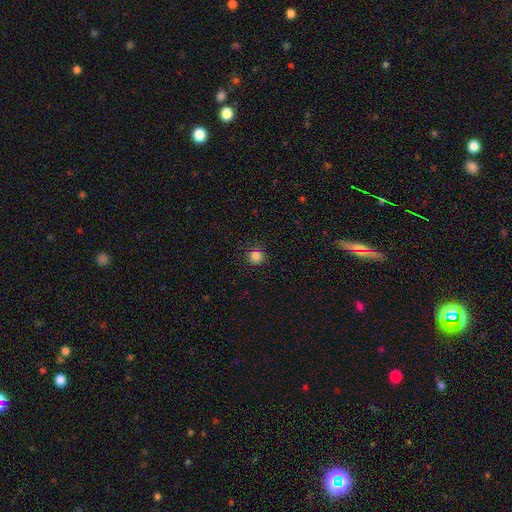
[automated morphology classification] smooth 83%, star or artifact 13%, featured or disk 3%. Down the decision tree: how rounded — round (92%); merging — none (88%).